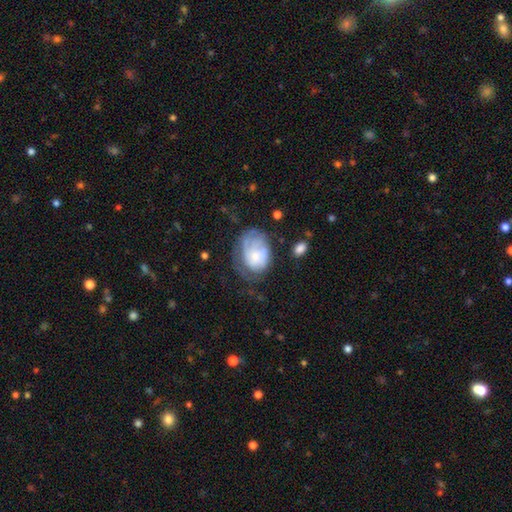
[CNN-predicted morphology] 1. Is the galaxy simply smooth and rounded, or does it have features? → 48% featured or disk, 45% smooth, 8% star or artifact.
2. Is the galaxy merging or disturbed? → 37% none, 30% major disturbance, 30% minor disturbance, 3% merger.